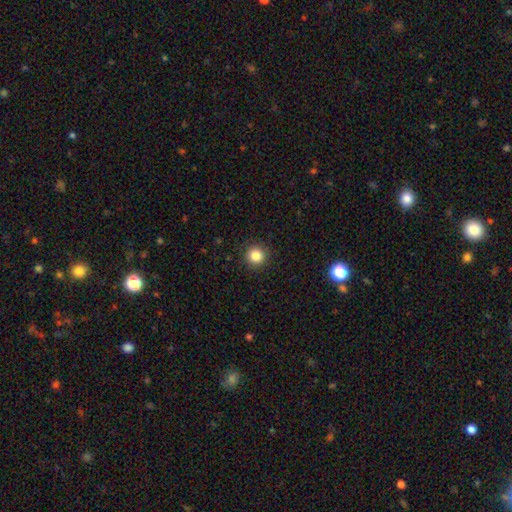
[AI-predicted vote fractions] Smooth or featured? Predicted: smooth (p=0.84). How rounded? Predicted: round (p=0.95). Merging? Predicted: none (p=0.92).